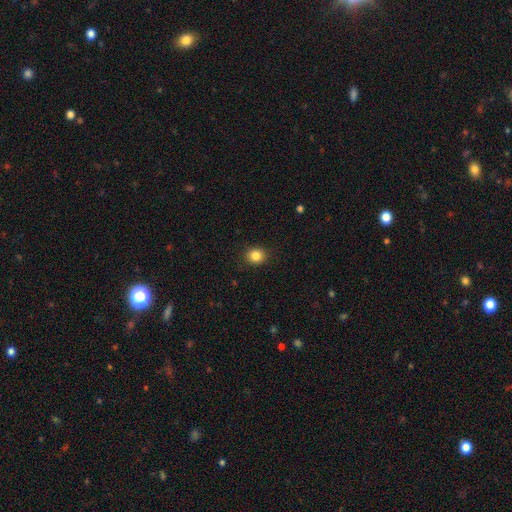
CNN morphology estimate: smooth 85%, star or artifact 11%, featured or disk 5%. Down the decision tree: how rounded — round (78%); merging — none (90%).